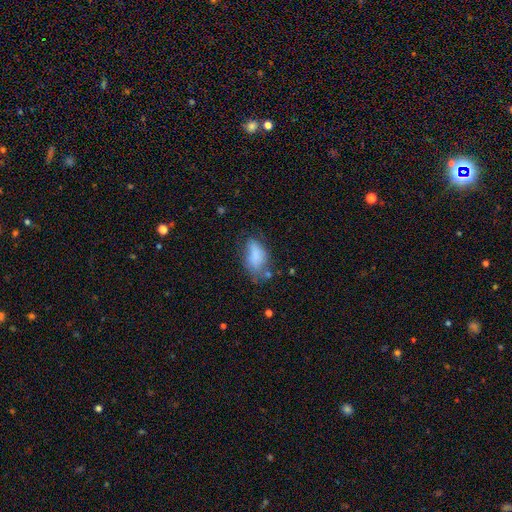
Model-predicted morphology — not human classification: This is likely a smooth galaxy (75%). How rounded: clearly in between (90%). Merging: marginally none (41%).